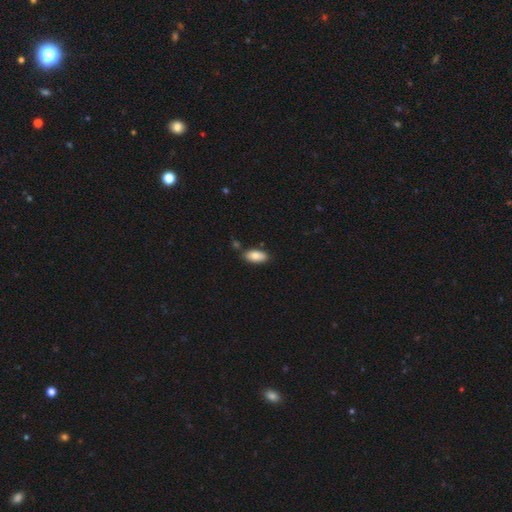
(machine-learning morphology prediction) Smooth or featured: smooth — 84% (featured or disk — 9%)
How rounded: in between — 92% (cigar-shaped — 5%)
Merging: none — 81% (minor disturbance — 12%)